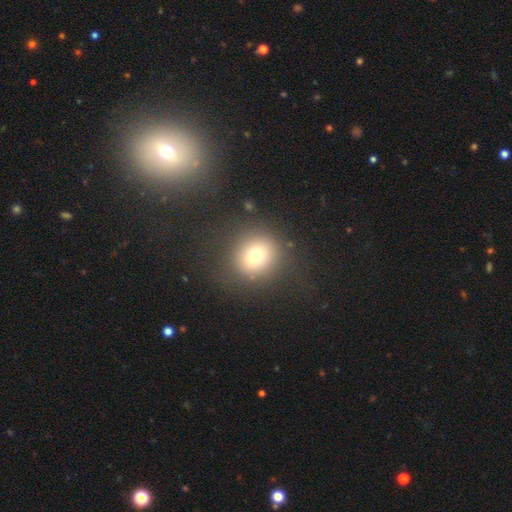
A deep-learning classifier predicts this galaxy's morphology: A smooth galaxy with no disk features (73%) that is round (86%).

Vote fractions:
- Smooth or featured? smooth: 73% / star or artifact: 15% / featured or disk: 12%
- How rounded? round: 86% / in between: 13% / cigar-shaped: 1%
- Merging? none: 80% / minor disturbance: 10% / major disturbance: 7% / merger: 3%